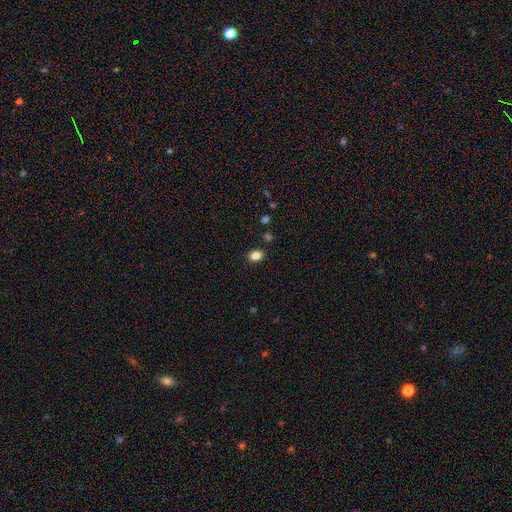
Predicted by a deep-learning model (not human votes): smooth-or-featured: smooth: 85% | star or artifact: 11% | featured or disk: 4%
  how-rounded: in between: 67% | round: 32% | cigar-shaped: 1%
  merging: none: 87% | minor disturbance: 8% | major disturbance: 2% | merger: 2%